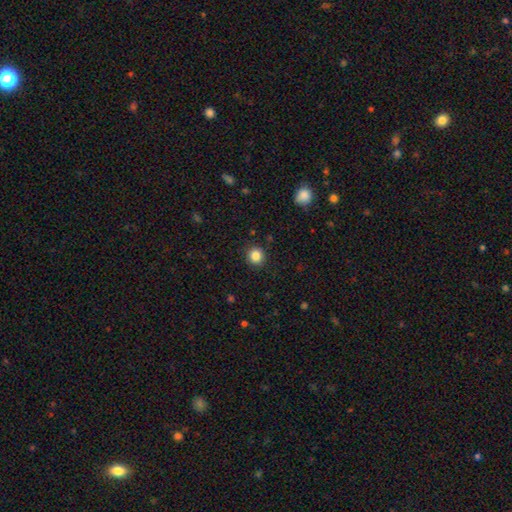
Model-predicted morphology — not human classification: A smooth galaxy with no disk features (85%) that is round (90%).

Vote fractions:
- Smooth or featured? smooth: 85% / star or artifact: 11% / featured or disk: 5%
- How rounded? round: 90% / in between: 9% / cigar-shaped: 1%
- Merging? none: 91% / minor disturbance: 6% / major disturbance: 2% / merger: 1%